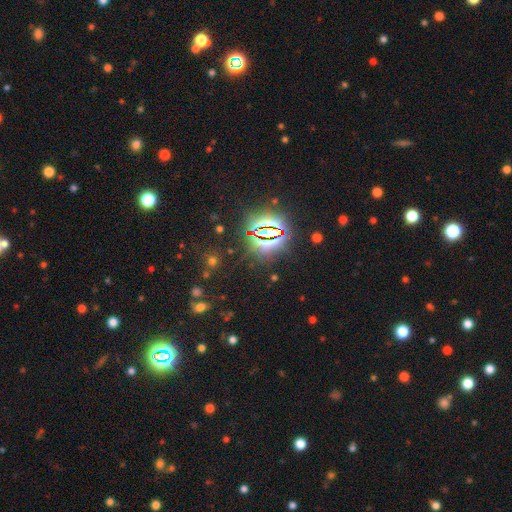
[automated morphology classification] Smooth or featured: star or artifact — 78% (smooth — 15%)